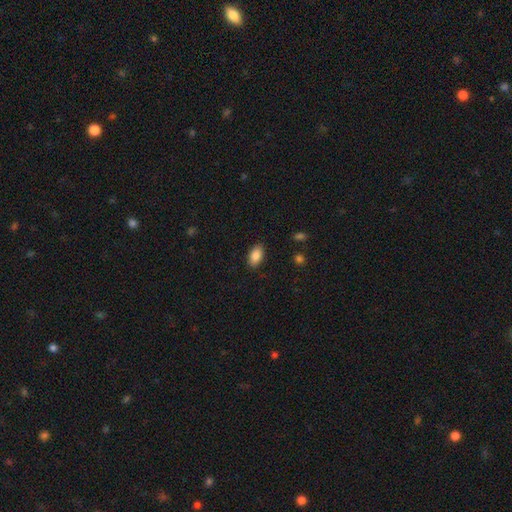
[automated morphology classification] This appears to be a smooth galaxy with no disk features (85%) that is in between round and cigar-shaped (92%). Merging: none (88%).